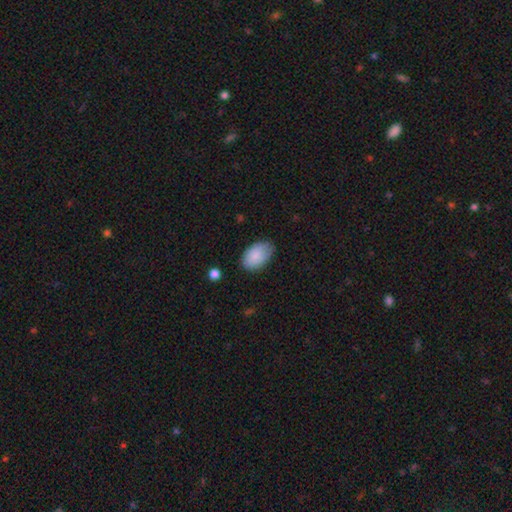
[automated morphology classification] A smooth galaxy with no disk features (85%) that is in between round and cigar-shaped (91%).

Vote fractions:
- Smooth or featured? smooth: 85% / featured or disk: 9% / star or artifact: 6%
- How rounded? in between: 91% / round: 8% / cigar-shaped: 1%
- Merging? none: 75% / minor disturbance: 20% / major disturbance: 4% / merger: 1%